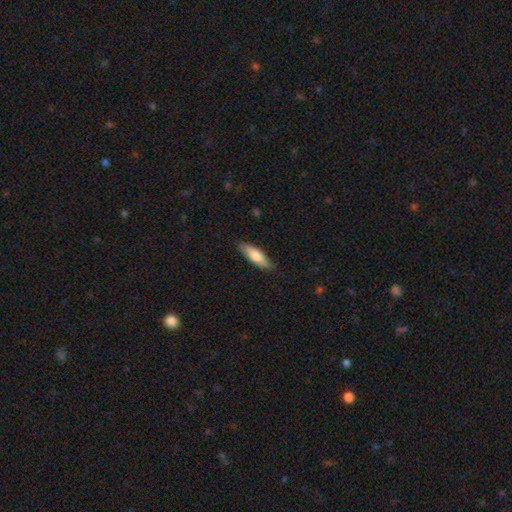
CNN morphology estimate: A smooth galaxy with no disk features (75%) that is in between round and cigar-shaped (49%, tied with cigar-shaped). Merging: none (83%).